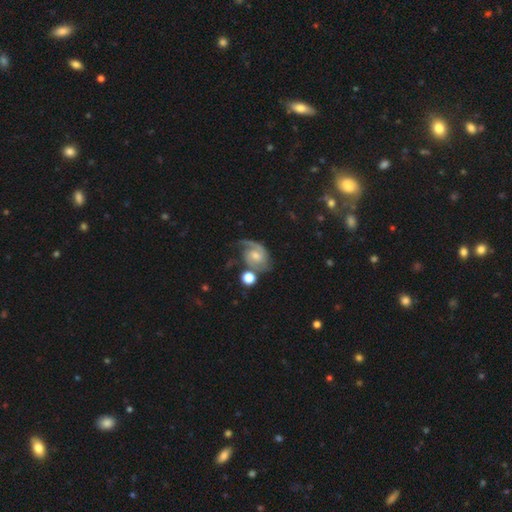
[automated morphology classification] This is clearly a featured or disk galaxy (83%). It is clearly not viewed edge-on (98%). Bar: possibly no (50%). Spiral arm pattern: clearly yes (96%). Spiral arm count: likely 2 (69%). Spiral winding: possibly medium (48%). Central bulge: possibly small (47%). Merging: possibly none (53%).